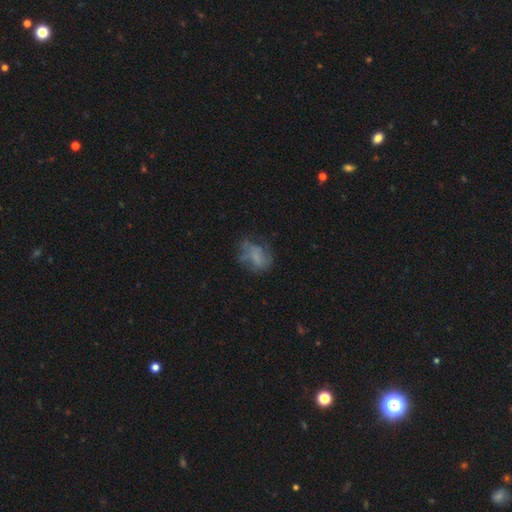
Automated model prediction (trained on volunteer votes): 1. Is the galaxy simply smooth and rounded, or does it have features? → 49% smooth, 37% featured or disk, 14% star or artifact.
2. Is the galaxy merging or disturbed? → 50% none, 24% minor disturbance, 24% major disturbance, 2% merger.